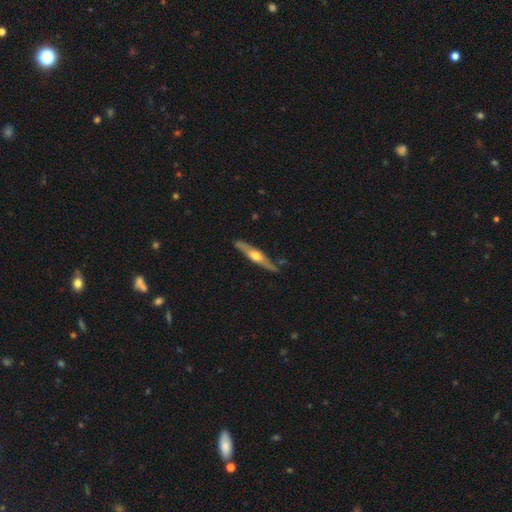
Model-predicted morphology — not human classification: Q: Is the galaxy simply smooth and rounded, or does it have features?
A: featured or disk — 65%.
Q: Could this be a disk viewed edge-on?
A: yes — 93%.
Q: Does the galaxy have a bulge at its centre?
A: rounded — 90%.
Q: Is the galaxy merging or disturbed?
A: none — 81%.